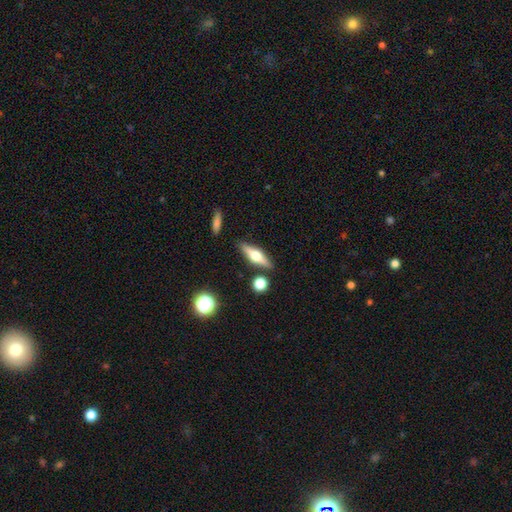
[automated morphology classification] type=featured or disk (56%); edge-on=yes (94%); edge-on bulge=rounded (94%); merging=none (84%).